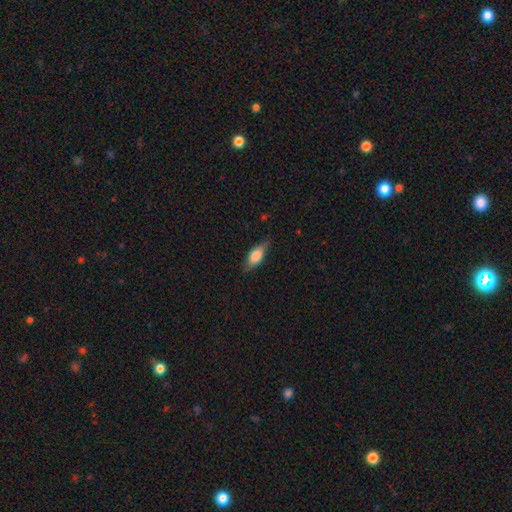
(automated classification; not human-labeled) smooth_or_featured: smooth (p=0.65) [alt: featured or disk p=0.28]
how_rounded: in between (p=0.78) [alt: cigar-shaped p=0.18]
merging: none (p=0.74) [alt: minor disturbance p=0.21]